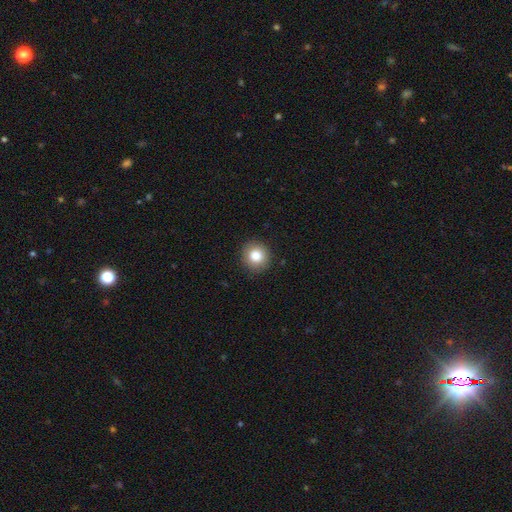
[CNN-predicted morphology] The model was most divided on "smooth or featured": smooth: 84%, star or artifact: 9%, featured or disk: 7%. More confident: how rounded — round (91%); merging — none (90%).